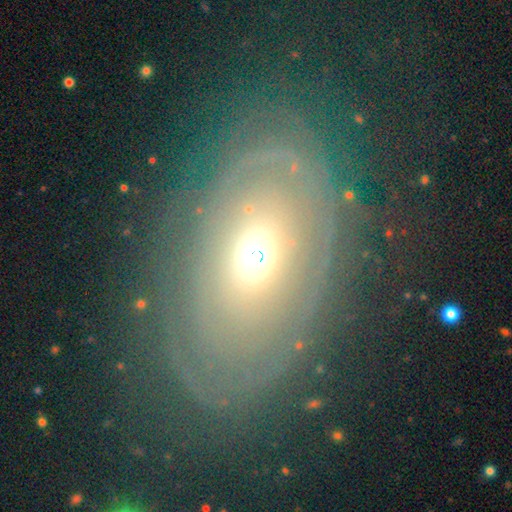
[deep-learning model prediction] A featured or disk galaxy (69%) with no bar (79%), spiral arms (62%) and a moderate central bulge (55%).

Vote fractions:
- Smooth or featured? featured or disk: 69% / smooth: 22% / star or artifact: 9%
- Edge-on disk? no: 92% / yes: 8%
- Bar? no: 79% / weak: 16% / strong: 6%
- Spiral arms? yes: 62% / no: 38%
- Bulge size? moderate: 55% / small: 31% / large: 11% / dominant: 2% / none: 2%
- Merging? none: 68% / minor disturbance: 16% / major disturbance: 13% / merger: 2%